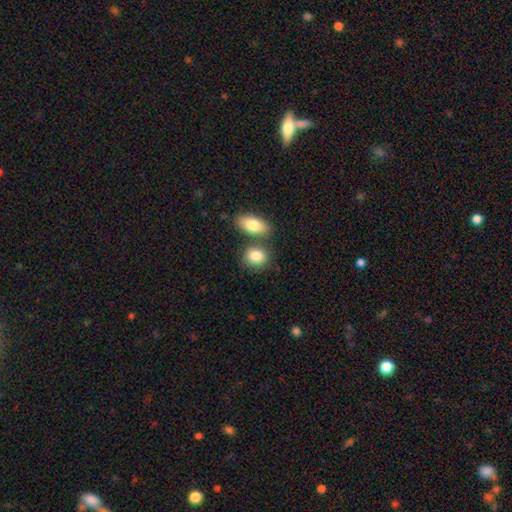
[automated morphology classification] The model was most divided on "how rounded": in between: 61%, round: 36%, cigar-shaped: 2%. More confident: smooth or featured — smooth (84%); merging — none (59%).